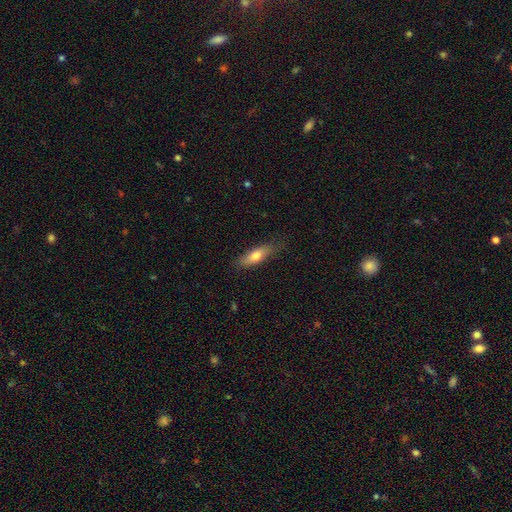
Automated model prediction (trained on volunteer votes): A smooth galaxy with no disk features (72%) that is in between round and cigar-shaped (53%).

Vote fractions:
- Smooth or featured? smooth: 72% / featured or disk: 22% / star or artifact: 6%
- How rounded? in between: 53% / cigar-shaped: 44% / round: 3%
- Merging? none: 77% / minor disturbance: 18% / major disturbance: 4% / merger: 1%